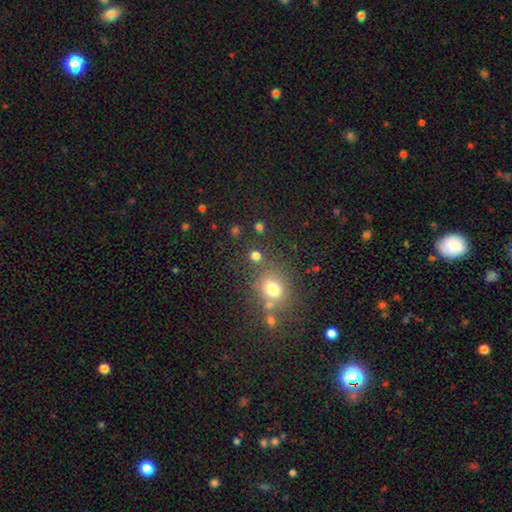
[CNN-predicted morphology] Smooth or featured? smooth (74%)
How rounded? round (88%)
Merging? none (76%)